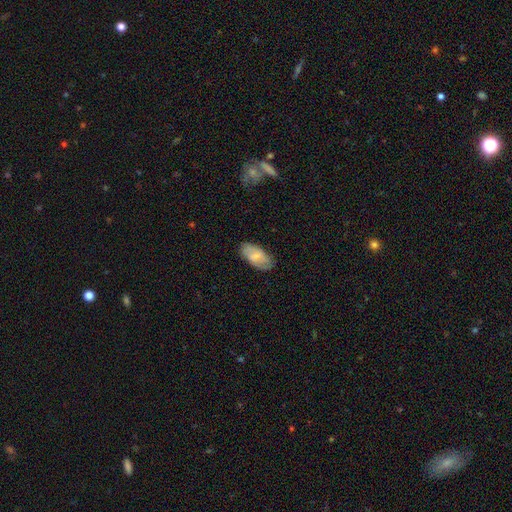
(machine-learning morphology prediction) smooth_or_featured: smooth (p=0.66) [alt: featured or disk p=0.28]
how_rounded: in between (p=0.93) [alt: cigar-shaped p=0.04]
merging: none (p=0.76) [alt: minor disturbance p=0.19]